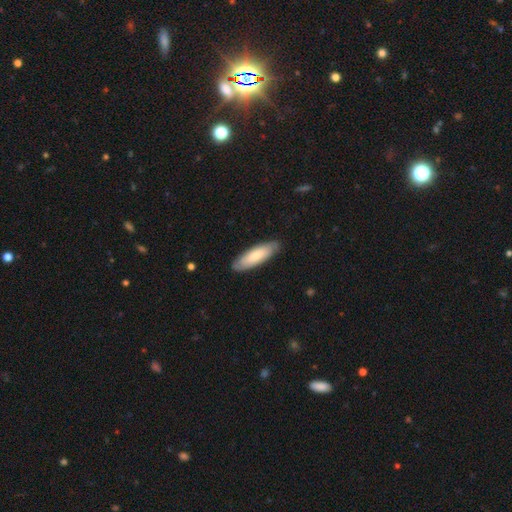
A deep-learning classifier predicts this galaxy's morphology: Q: Smooth or featured?
A: smooth (71%); runner-up: featured or disk (24%)
Q: How rounded?
A: in between (55%); runner-up: cigar-shaped (44%)
Q: Merging?
A: none (86%); runner-up: minor disturbance (11%)